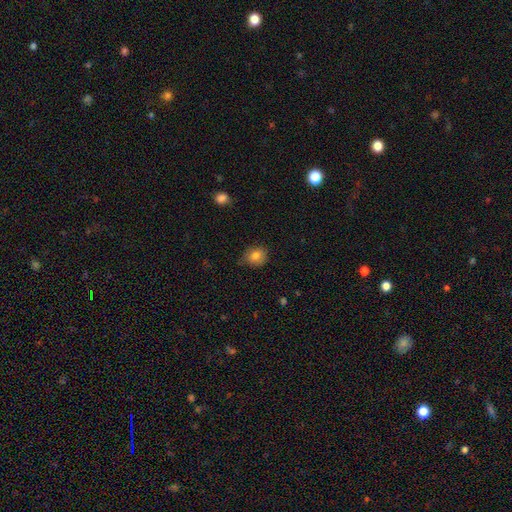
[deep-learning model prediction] The model was most divided on "how rounded": round: 72%, in between: 27%, cigar-shaped: 1%. More confident: smooth or featured — smooth (83%); merging — none (75%).